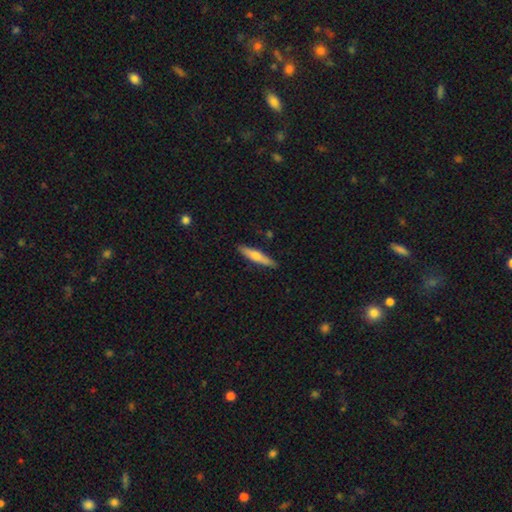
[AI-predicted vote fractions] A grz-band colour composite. It shows a smooth galaxy with no disk features (57%) that is cigar-shaped (88%). Merging: none (88%).